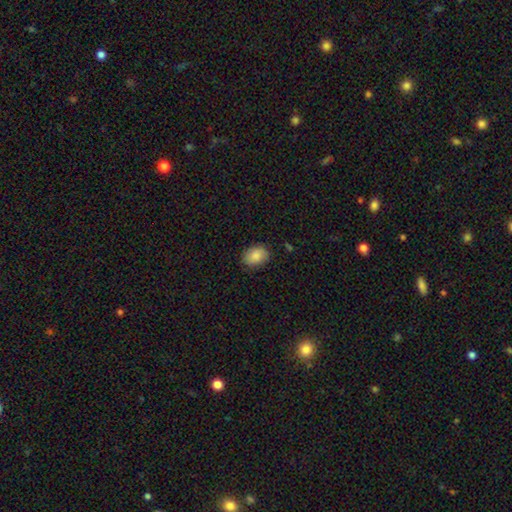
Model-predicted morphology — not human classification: smooth-or-featured: smooth: 87% | star or artifact: 7% | featured or disk: 6%
  how-rounded: in between: 71% | round: 28% | cigar-shaped: 1%
  merging: none: 83% | minor disturbance: 13% | major disturbance: 3% | merger: 1%